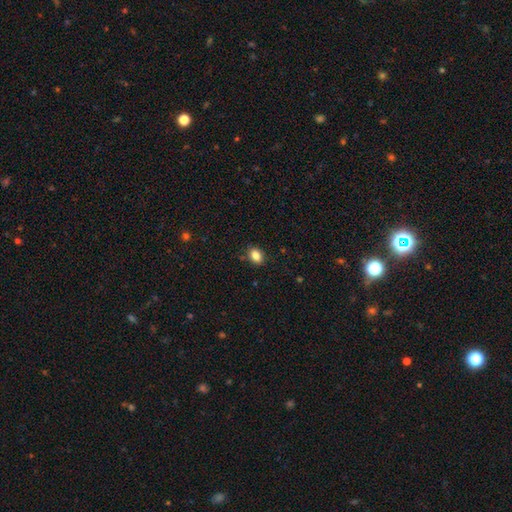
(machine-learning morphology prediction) The model was most divided on "how rounded": in between: 76%, round: 23%, cigar-shaped: 1%. More confident: merging — none (85%); smooth or featured — smooth (85%).